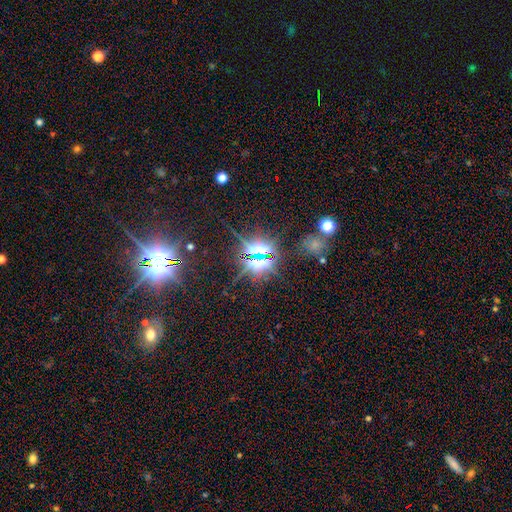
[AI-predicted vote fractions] A star or artifact, not a galaxy (80%).

Vote fractions:
- Smooth or featured? star or artifact: 80% / smooth: 10% / featured or disk: 10%